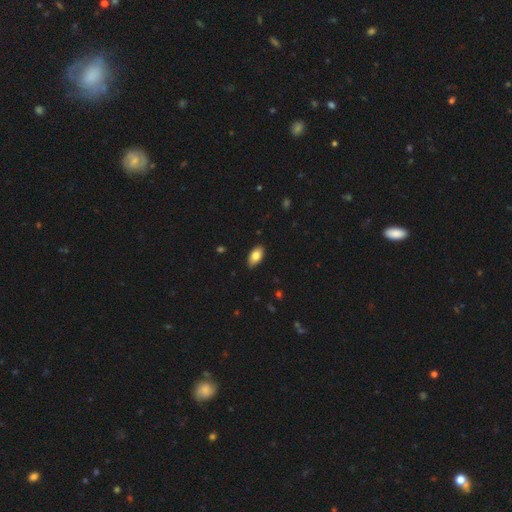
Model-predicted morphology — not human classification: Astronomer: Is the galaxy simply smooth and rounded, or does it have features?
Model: smooth — 82%.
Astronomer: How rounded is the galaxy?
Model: in between — 93%.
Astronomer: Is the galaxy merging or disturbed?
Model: none — 87%.